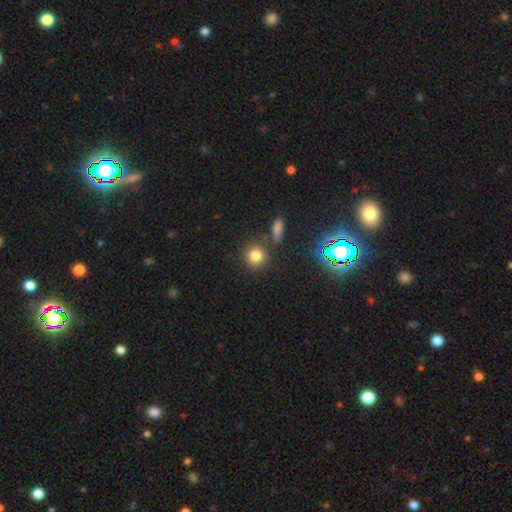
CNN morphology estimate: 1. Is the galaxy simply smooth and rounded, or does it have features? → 77% smooth, 16% star or artifact, 7% featured or disk.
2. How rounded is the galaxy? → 88% round, 10% in between, 1% cigar-shaped.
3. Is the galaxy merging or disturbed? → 77% none, 10% merger, 9% minor disturbance, 4% major disturbance.